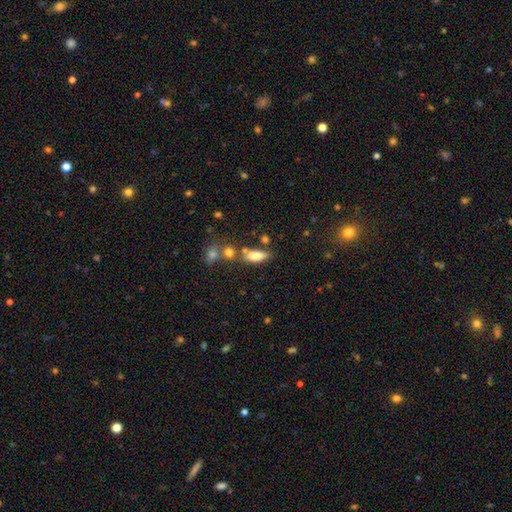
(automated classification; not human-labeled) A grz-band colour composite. It shows a smooth galaxy with no disk features (73%) that is in between round and cigar-shaped (73%). Merging: none (61%).